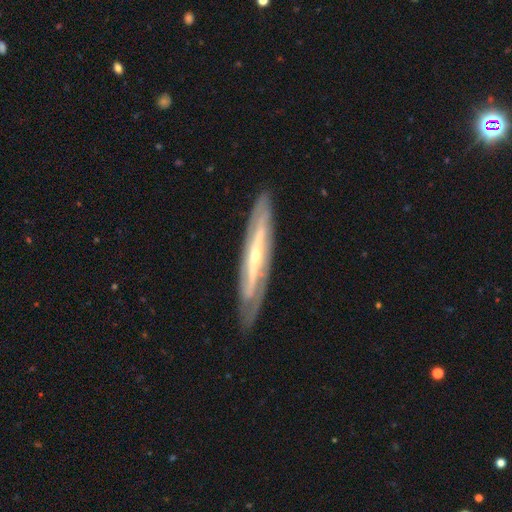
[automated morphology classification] Smooth or featured? featured or disk (83%)
Edge-on disk? yes (56%)
Merging? none (82%)